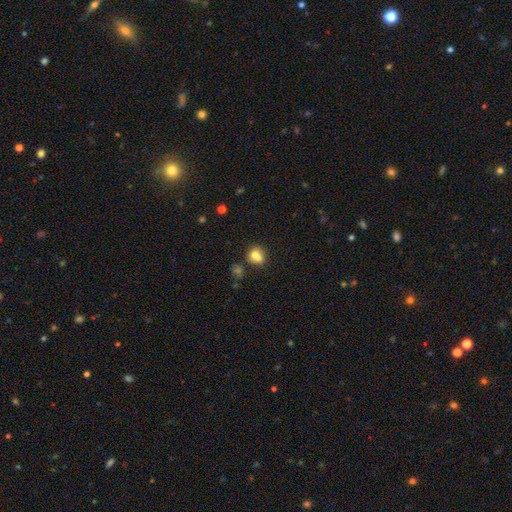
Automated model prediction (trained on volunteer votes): Smooth or featured? smooth (75%)
How rounded? round (69%)
Merging? none (43%)